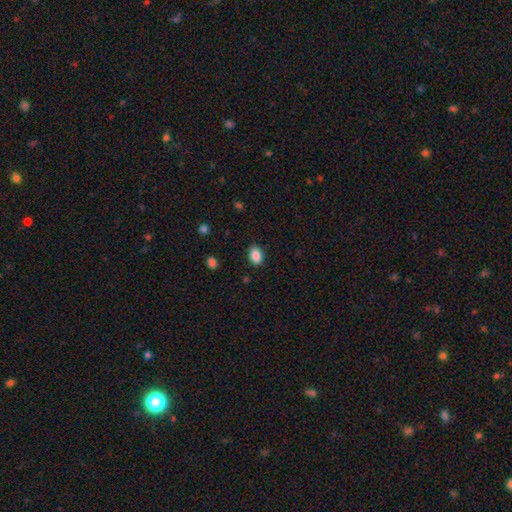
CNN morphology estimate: smooth 88%, star or artifact 8%, featured or disk 3%. Down the decision tree: how rounded — in between (79%); merging — none (87%).